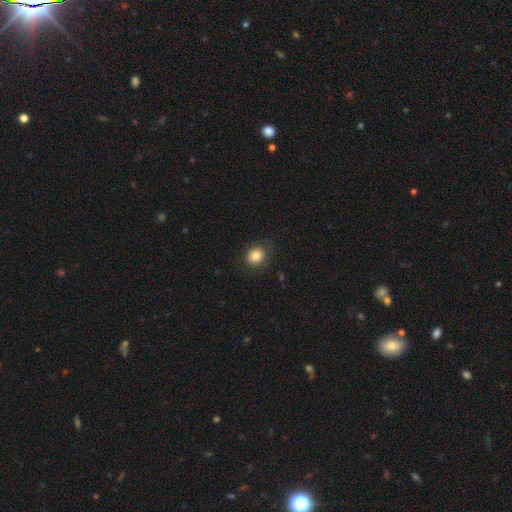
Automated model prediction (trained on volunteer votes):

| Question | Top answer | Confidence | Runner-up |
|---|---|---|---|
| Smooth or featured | smooth | 83% | star or artifact (10%) |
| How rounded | round | 69% | in between (30%) |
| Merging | none | 83% | minor disturbance (12%) |